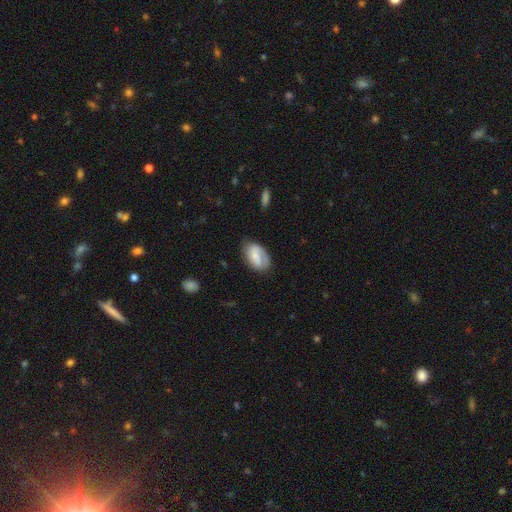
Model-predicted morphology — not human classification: This appears to be a smooth galaxy with no disk features (64%) that is in between round and cigar-shaped (91%). Merging: none (63%).